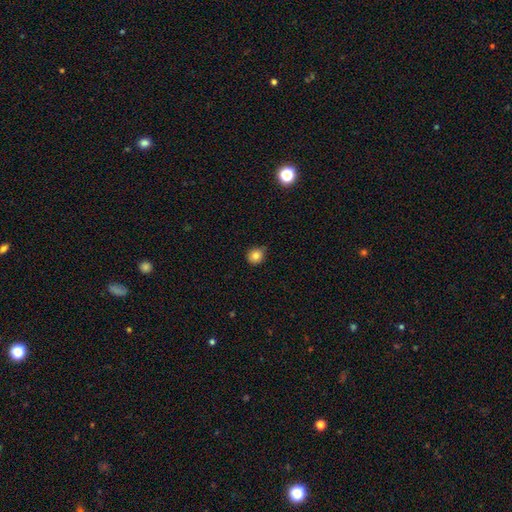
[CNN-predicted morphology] Smooth or featured: smooth — 81% (star or artifact — 11%)
How rounded: round — 90% (in between — 9%)
Merging: none — 78% (minor disturbance — 17%)